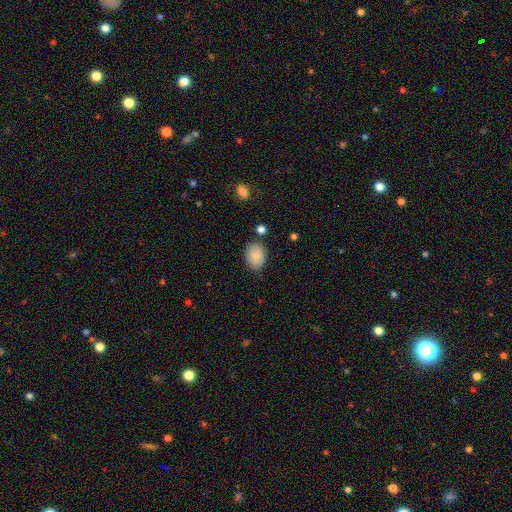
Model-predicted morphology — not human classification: This is clearly a smooth galaxy (85%). How rounded: likely in between (77%). Merging: clearly none (81%).